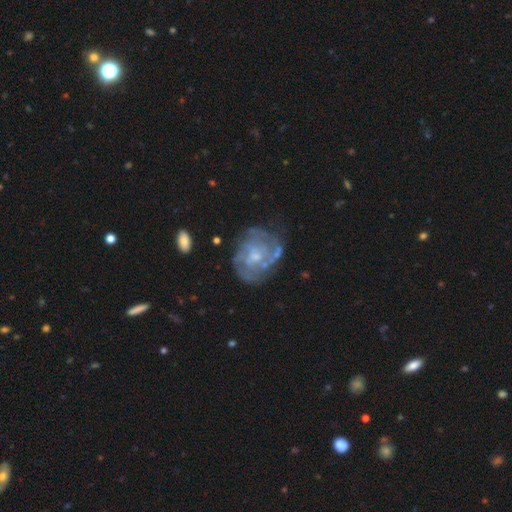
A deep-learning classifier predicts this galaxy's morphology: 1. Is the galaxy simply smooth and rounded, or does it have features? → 75% featured or disk, 17% smooth, 7% star or artifact.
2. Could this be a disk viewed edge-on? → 98% no, 2% yes.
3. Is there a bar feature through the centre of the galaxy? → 70% no, 26% weak, 4% strong.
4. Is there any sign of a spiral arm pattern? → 65% yes, 35% no.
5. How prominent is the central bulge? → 56% small, 32% moderate, 9% none, 2% large, 1% dominant.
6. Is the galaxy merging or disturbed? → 59% none, 22% minor disturbance, 14% major disturbance, 5% merger.